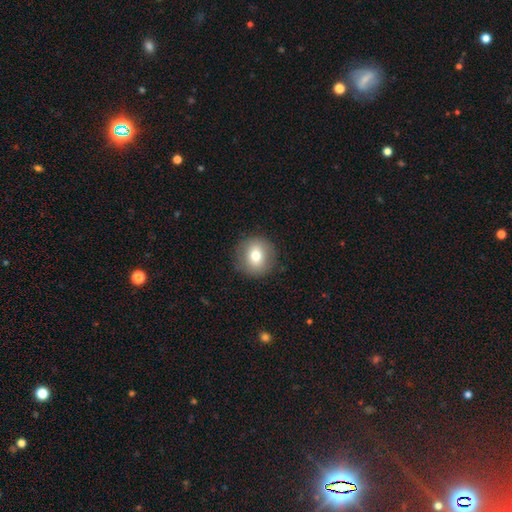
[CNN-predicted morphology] This appears to be a smooth galaxy with no disk features (75%) that is round (90%). Merging: none (88%).